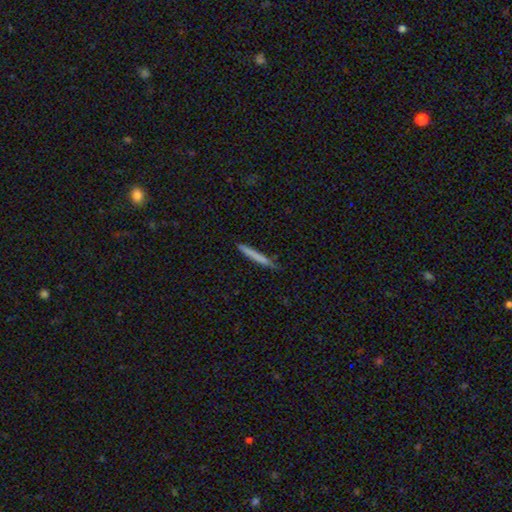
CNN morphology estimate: This appears to be a smooth galaxy with no disk features (74%) that is cigar-shaped (96%). Merging: none (86%).